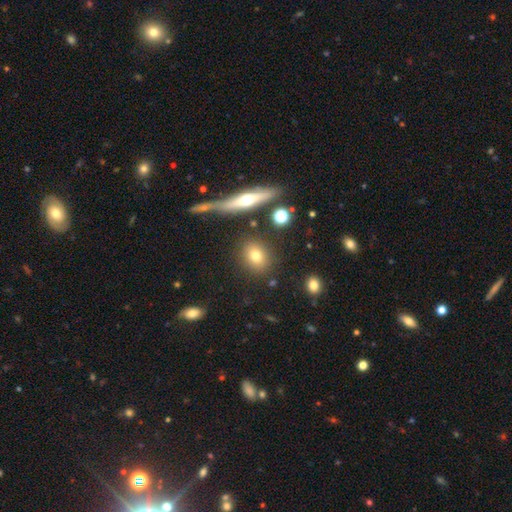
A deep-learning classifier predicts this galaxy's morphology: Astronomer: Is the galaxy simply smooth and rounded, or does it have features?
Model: smooth — 74%.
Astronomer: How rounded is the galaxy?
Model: round — 60% (runner-up: in between, 36%).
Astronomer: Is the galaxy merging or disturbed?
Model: none — 83%.